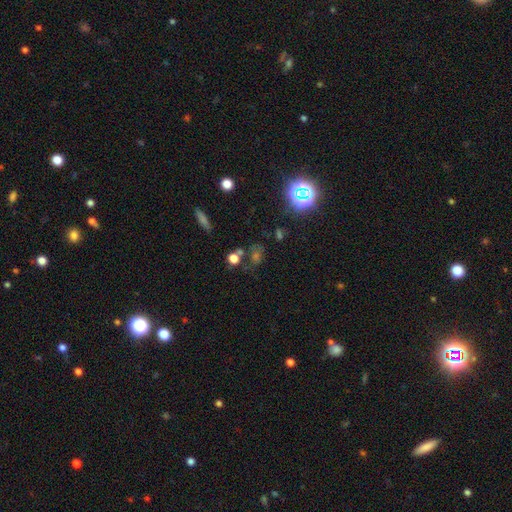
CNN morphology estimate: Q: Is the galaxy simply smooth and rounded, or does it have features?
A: star or artifact — 49%.